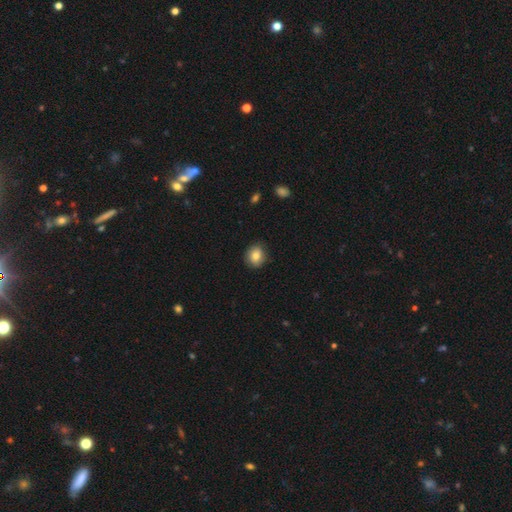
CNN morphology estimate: smooth_or_featured: smooth (p=0.82) [alt: featured or disk p=0.09]
how_rounded: round (p=0.72) [alt: in between p=0.27]
merging: none (p=0.85) [alt: minor disturbance p=0.11]